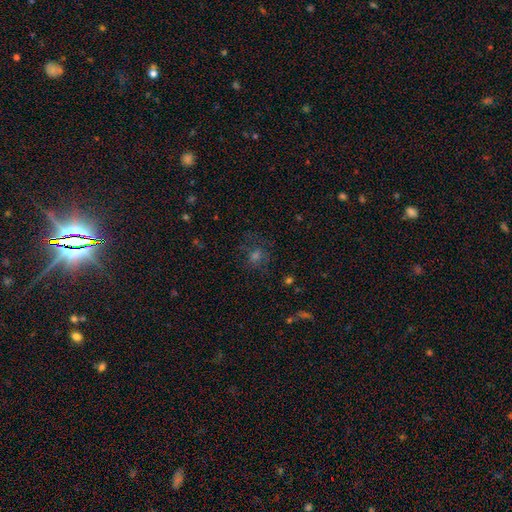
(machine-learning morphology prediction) Smooth or featured? smooth (42%)
Merging? none (71%)